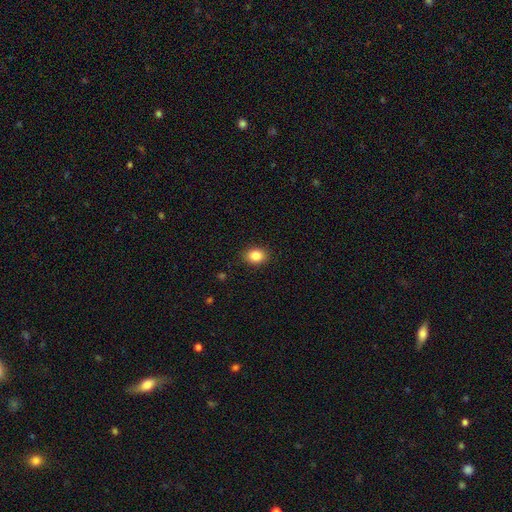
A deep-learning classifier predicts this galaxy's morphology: type=smooth (85%); roundness=in between (57%); merging=none (89%).